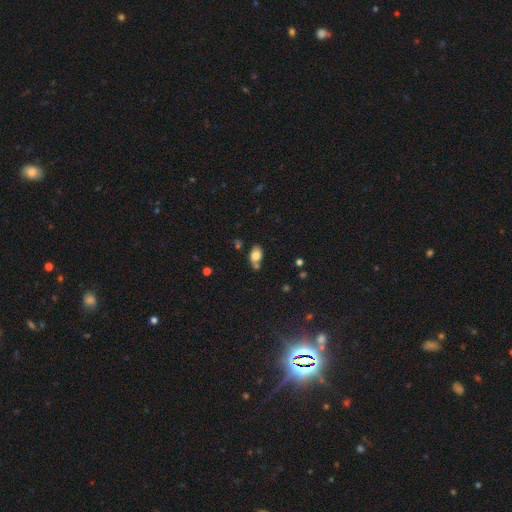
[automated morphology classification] Smooth or featured?
  - smooth: 78% *
  - featured or disk: 13%
  - star or artifact: 9%
How rounded?
  - in between: 85% *
  - round: 13%
  - cigar-shaped: 2%
Merging?
  - none: 57% *
  - merger: 20%
  - minor disturbance: 18%
  - major disturbance: 5%